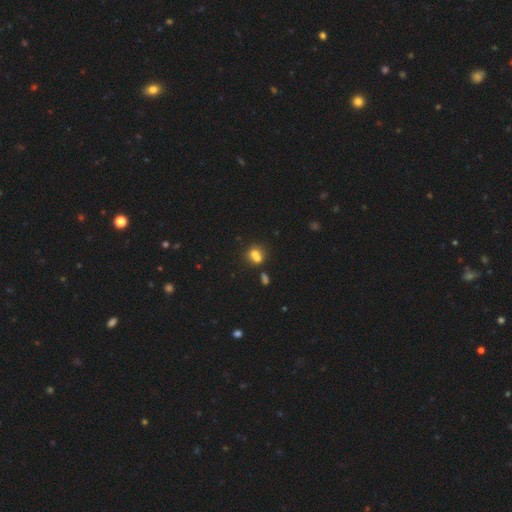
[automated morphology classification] type=smooth (69%); roundness=round (56%); merging=merger (52%).